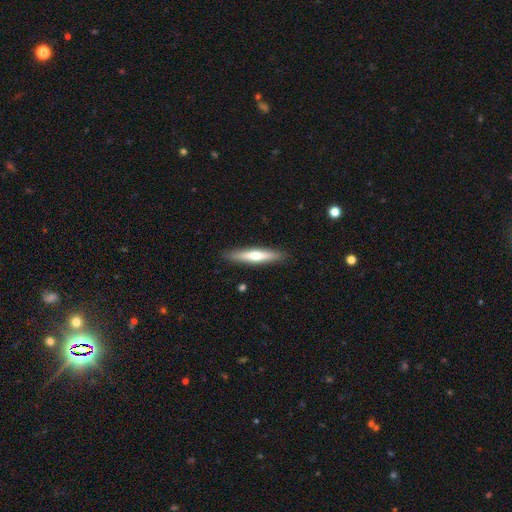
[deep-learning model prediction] A smooth galaxy with no disk features (50%) that is cigar-shaped (88%).

Vote fractions:
- Smooth or featured? smooth: 50% / featured or disk: 44% / star or artifact: 5%
- How rounded? cigar-shaped: 88% / in between: 10% / round: 1%
- Merging? none: 89% / minor disturbance: 8% / major disturbance: 2% / merger: 1%